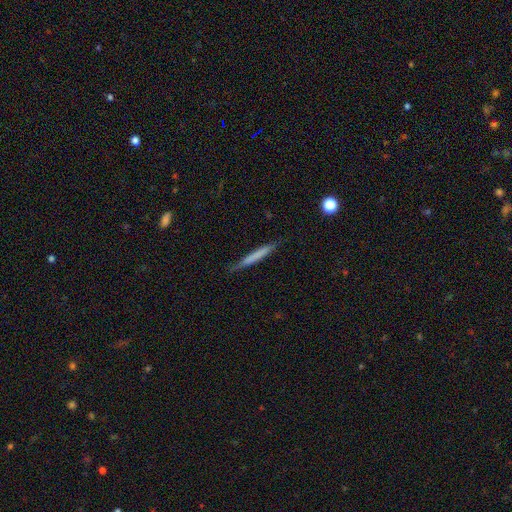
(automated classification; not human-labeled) Smooth or featured? Predicted: smooth (p=0.62). How rounded? Predicted: cigar-shaped (p=0.96). Merging? Predicted: none (p=0.83).